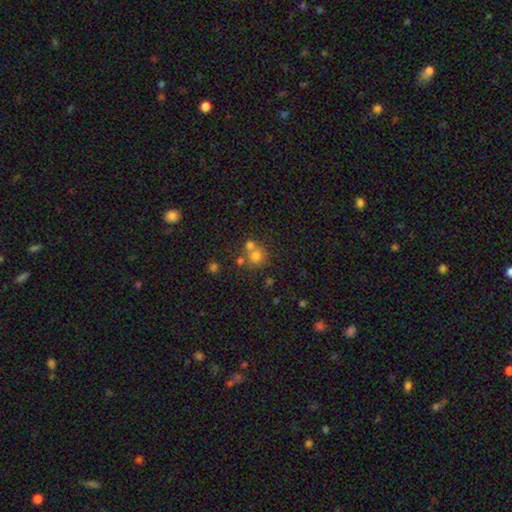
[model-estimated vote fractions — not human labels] Smooth or featured? smooth (71%)
How rounded? round (88%)
Merging? none (55%)